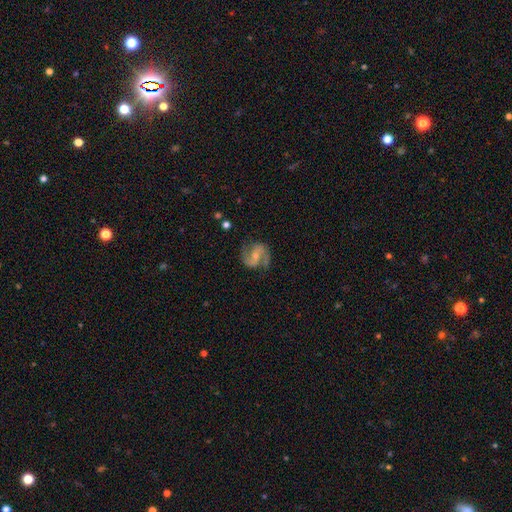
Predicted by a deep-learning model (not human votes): smooth_or_featured: featured or disk (p=0.86) [alt: smooth p=0.08]
disk_edge_on: no (p=0.98) [alt: yes p=0.02]
bar: weak (p=0.44) [alt: no p=0.39]
has_spiral_arms: yes (p=0.97) [alt: no p=0.03]
spiral_winding: medium (p=0.55) [alt: loose p=0.30]
spiral_arm_count: 2 (p=0.92) [alt: can't tell p=0.02]
bulge_size: small (p=0.55) [alt: moderate p=0.35]
merging: none (p=0.77) [alt: minor disturbance p=0.15]